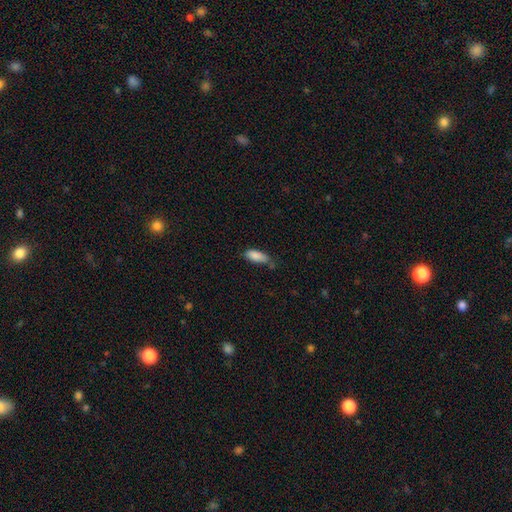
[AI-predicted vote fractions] Smooth or featured?
  - smooth: 86% *
  - star or artifact: 7%
  - featured or disk: 7%
How rounded?
  - in between: 78% *
  - cigar-shaped: 20%
  - round: 2%
Merging?
  - none: 54% *
  - minor disturbance: 33%
  - major disturbance: 7%
  - merger: 6%